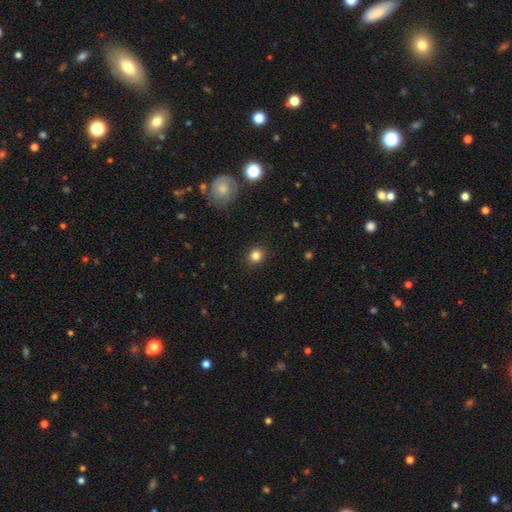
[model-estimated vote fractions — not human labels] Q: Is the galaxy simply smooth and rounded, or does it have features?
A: smooth — 83%.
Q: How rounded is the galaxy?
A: round — 81%.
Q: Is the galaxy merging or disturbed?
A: none — 90%.